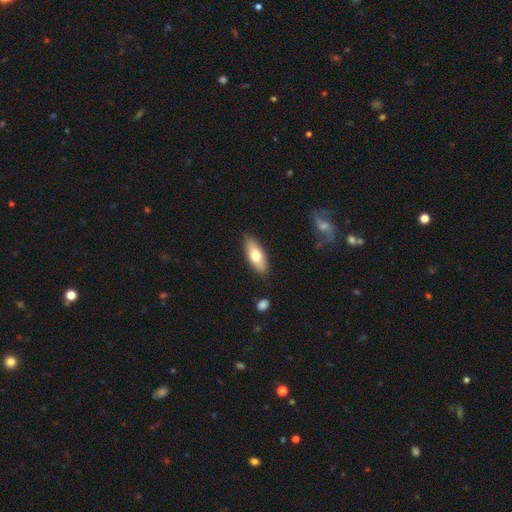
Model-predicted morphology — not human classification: The model was most divided on "smooth or featured": smooth: 67%, featured or disk: 27%, star or artifact: 6%. More confident: merging — none (85%); how rounded — in between (77%).